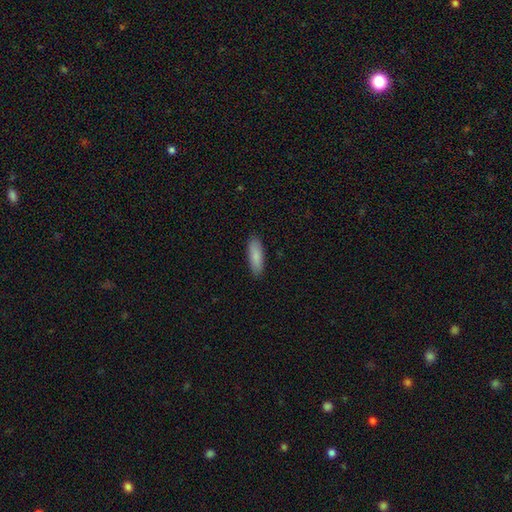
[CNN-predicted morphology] Smooth or featured?
  - smooth: 87% *
  - featured or disk: 7%
  - star or artifact: 6%
How rounded?
  - in between: 53% *
  - cigar-shaped: 46%
  - round: 2%
Merging?
  - none: 90% *
  - minor disturbance: 8%
  - major disturbance: 2%
  - merger: 1%